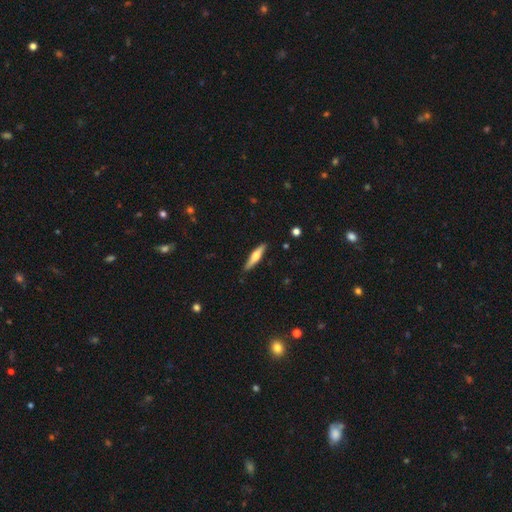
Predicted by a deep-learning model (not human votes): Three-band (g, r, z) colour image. It shows a featured or disk galaxy (48%). Merging: none (88%).